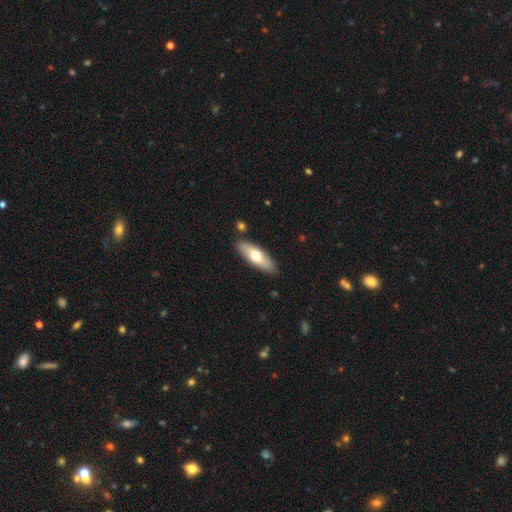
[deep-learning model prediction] The model was most divided on "how rounded": in between: 64%, cigar-shaped: 34%, round: 2%. More confident: merging — none (84%); smooth or featured — smooth (64%).